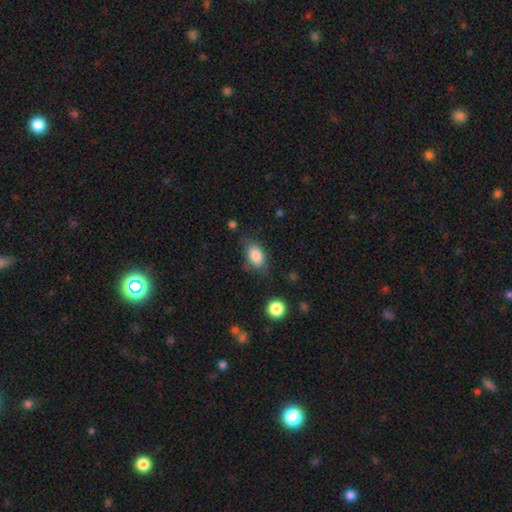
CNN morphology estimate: Smooth or featured: smooth — 84% (featured or disk — 8%)
How rounded: in between — 87% (round — 11%)
Merging: none — 65% (minor disturbance — 24%)